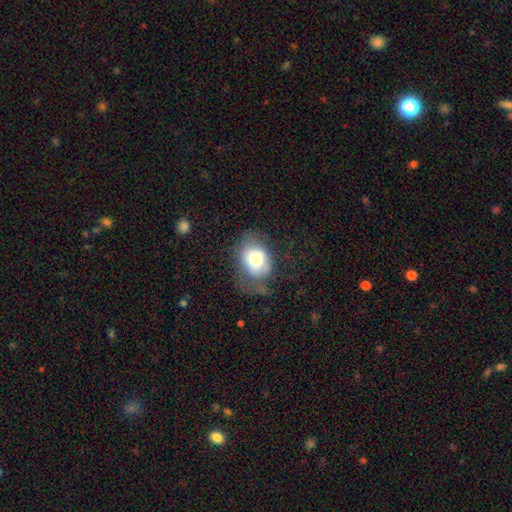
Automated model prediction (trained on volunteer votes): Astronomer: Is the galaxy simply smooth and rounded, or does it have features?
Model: smooth — 69%.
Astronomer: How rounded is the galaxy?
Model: in between — 56% (runner-up: round, 43%).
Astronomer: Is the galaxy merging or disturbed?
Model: none — 39% (runner-up: minor disturbance, 30%).